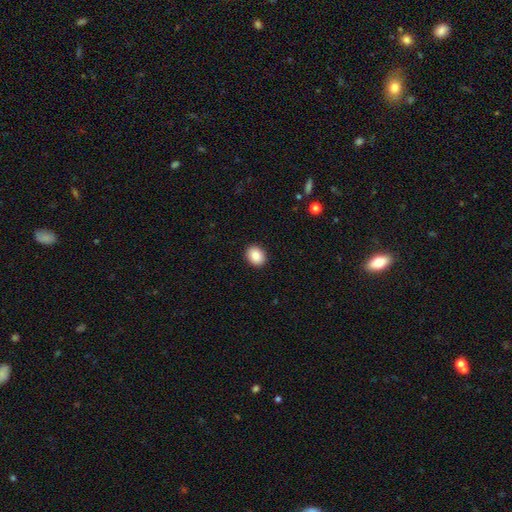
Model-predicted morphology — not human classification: This appears to be a smooth galaxy with no disk features (88%) that is round (58%). Merging: none (92%).